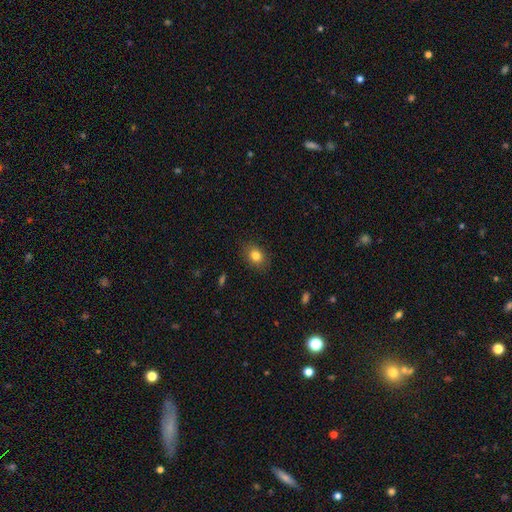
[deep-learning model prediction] Smooth or featured: smooth — 81% (star or artifact — 11%)
How rounded: in between — 57% (round — 42%)
Merging: none — 86% (minor disturbance — 10%)